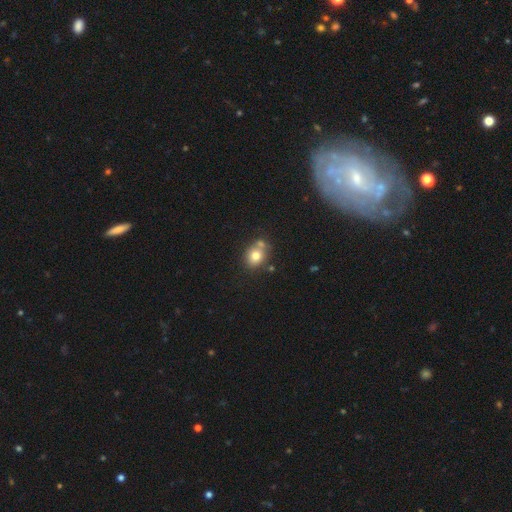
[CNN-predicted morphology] Q: Smooth or featured?
A: smooth (77%); runner-up: featured or disk (13%)
Q: How rounded?
A: round (64%); runner-up: in between (35%)
Q: Merging?
A: none (55%); runner-up: merger (27%)